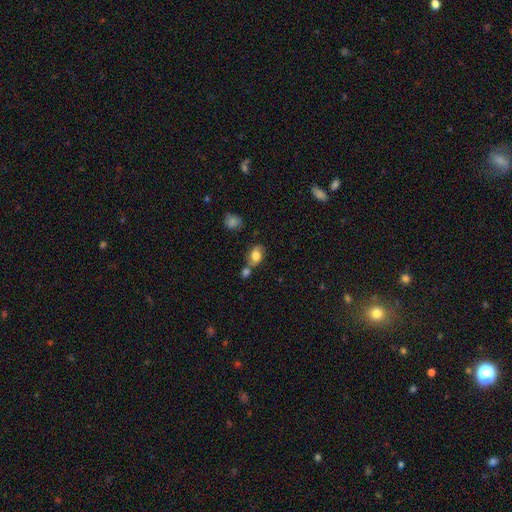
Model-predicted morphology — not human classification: This is likely a smooth galaxy (74%). How rounded: likely in between (75%). Merging: marginally none (42%).